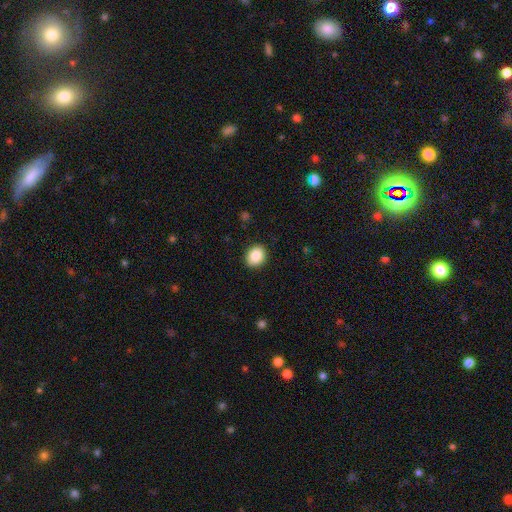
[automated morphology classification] This appears to be a smooth galaxy with no disk features (88%) that is round (56%). Merging: none (90%).